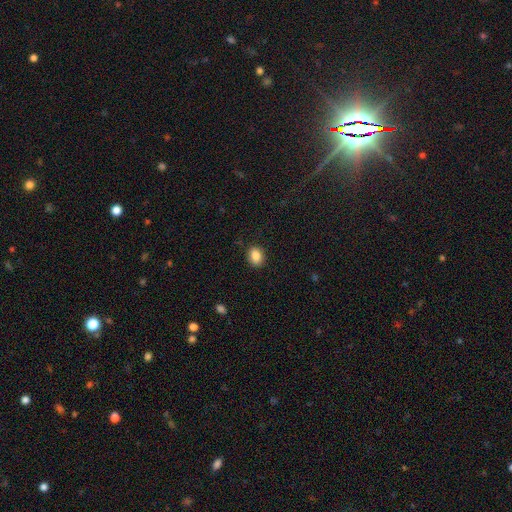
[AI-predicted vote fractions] smooth-or-featured: smooth: 87% | star or artifact: 9% | featured or disk: 4%
  how-rounded: in between: 57% | round: 42% | cigar-shaped: 1%
  merging: none: 88% | minor disturbance: 9% | major disturbance: 2% | merger: 1%